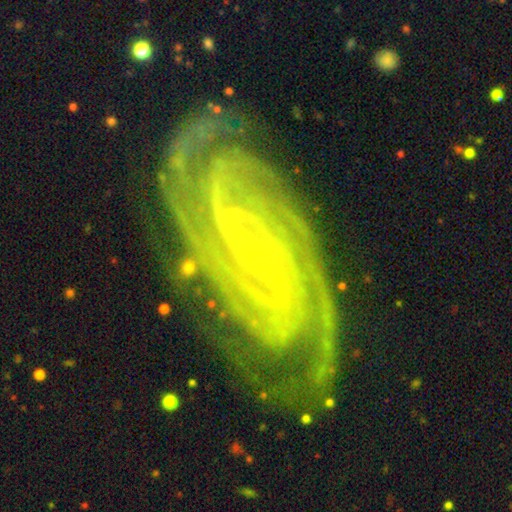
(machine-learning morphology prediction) This is clearly a featured or disk galaxy (91%). It is clearly not viewed edge-on (95%). Bar: likely strong (60%). Spiral arm pattern: clearly yes (98%). Spiral arm count: marginally 2 (24%). Spiral winding: likely tight (68%). Central bulge: clearly small (85%). Merging: likely none (80%).